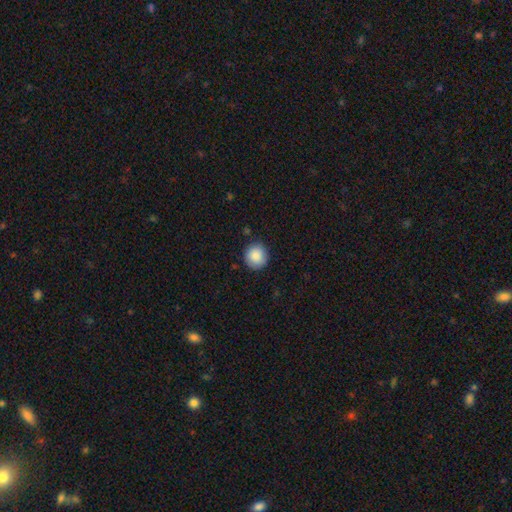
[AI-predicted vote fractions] Smooth or featured?
  - smooth: 88% *
  - star or artifact: 8%
  - featured or disk: 4%
How rounded?
  - round: 91% *
  - in between: 9%
  - cigar-shaped: 1%
Merging?
  - none: 88% *
  - minor disturbance: 9%
  - major disturbance: 2%
  - merger: 1%